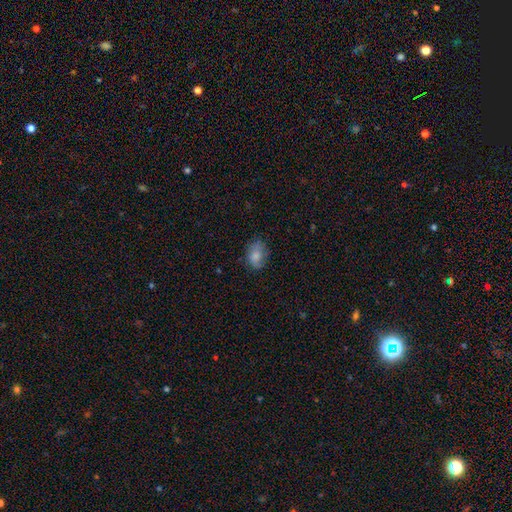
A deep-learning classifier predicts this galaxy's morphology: This is likely a smooth galaxy (77%). How rounded: likely in between (76%). Merging: likely none (72%).